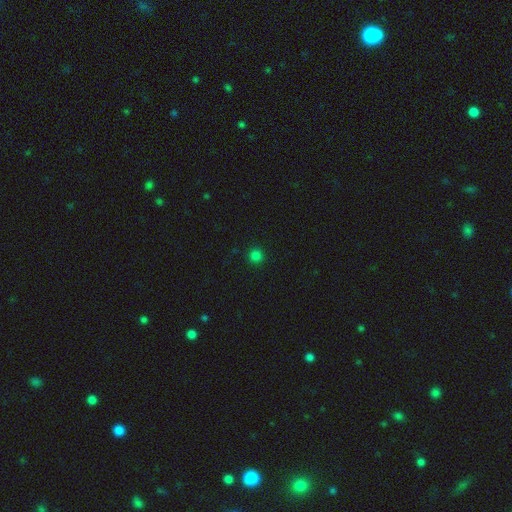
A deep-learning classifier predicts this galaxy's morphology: Smooth or featured? Predicted: smooth (p=0.81). How rounded? Predicted: round (p=0.95). Merging? Predicted: none (p=0.93).